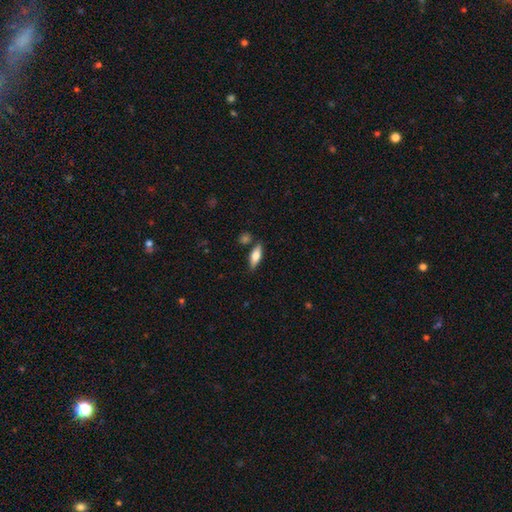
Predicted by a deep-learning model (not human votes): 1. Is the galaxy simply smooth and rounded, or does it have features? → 64% smooth, 30% featured or disk, 6% star or artifact.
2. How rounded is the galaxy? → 61% in between, 37% cigar-shaped, 3% round.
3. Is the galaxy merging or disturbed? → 81% none, 11% minor disturbance, 5% merger, 3% major disturbance.